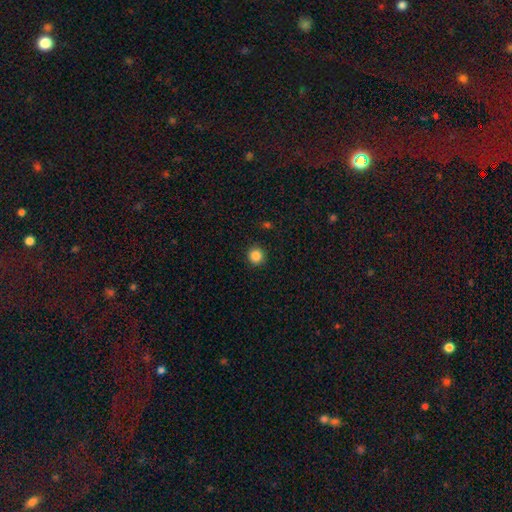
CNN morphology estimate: This appears to be a smooth galaxy with no disk features (86%) that is round (95%). Merging: none (91%).